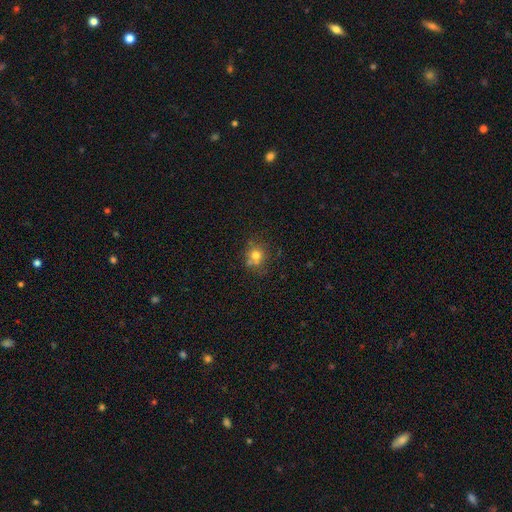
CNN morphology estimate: This is likely a smooth galaxy (72%). How rounded: clearly round (83%). Merging: likely none (61%).